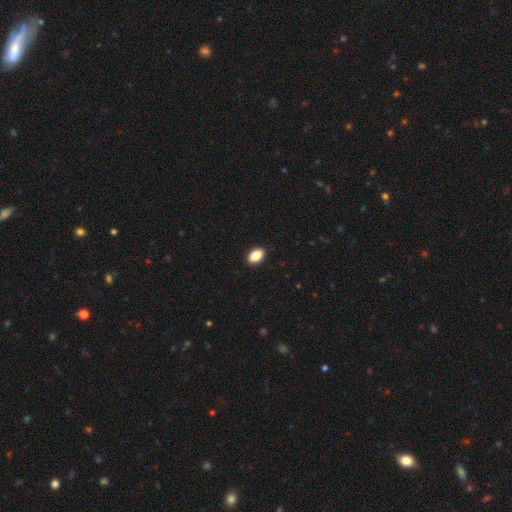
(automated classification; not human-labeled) smooth_or_featured: smooth (p=0.87) [alt: star or artifact p=0.08]
how_rounded: in between (p=0.89) [alt: round p=0.10]
merging: none (p=0.91) [alt: minor disturbance p=0.06]